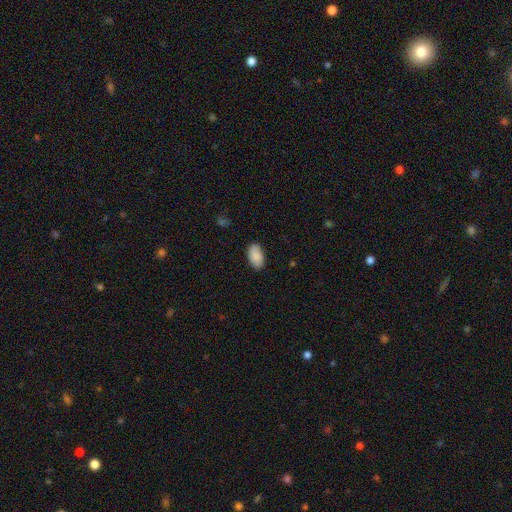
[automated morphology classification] A smooth galaxy with no disk features (89%) that is in between round and cigar-shaped (95%). Merging: none (86%).